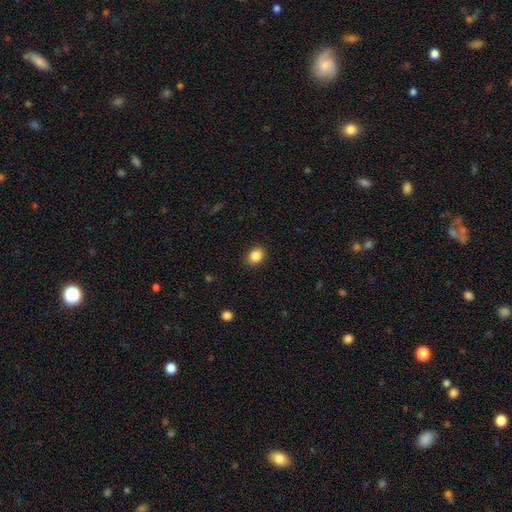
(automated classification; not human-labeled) This appears to be a smooth galaxy with no disk features (86%) that is round (53%). Merging: none (89%).